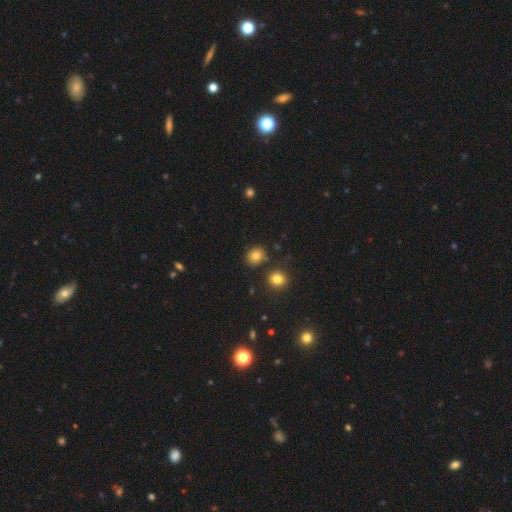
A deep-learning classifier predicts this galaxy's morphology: This appears to be a smooth galaxy with no disk features (81%) that is round (67%). Merging: none (82%).